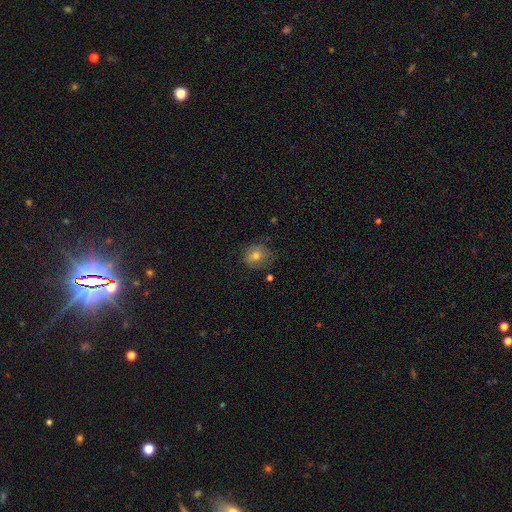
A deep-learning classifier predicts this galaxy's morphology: A smooth galaxy with no disk features (65%) that is round (71%). Merging: none (70%).